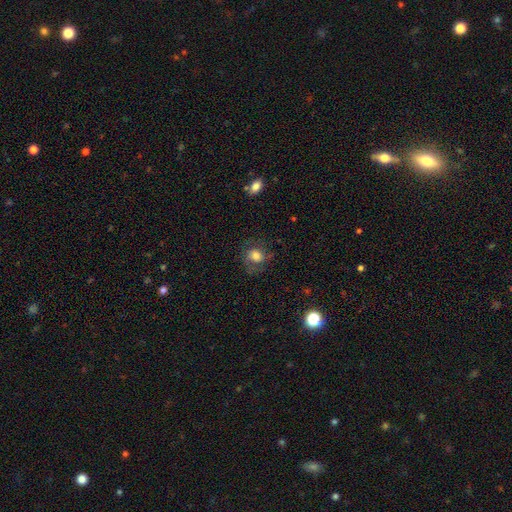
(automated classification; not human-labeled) Smooth or featured?
  - smooth: 66% *
  - featured or disk: 24%
  - star or artifact: 11%
How rounded?
  - round: 72% *
  - in between: 27%
  - cigar-shaped: 1%
Merging?
  - none: 63% *
  - minor disturbance: 20%
  - major disturbance: 15%
  - merger: 1%